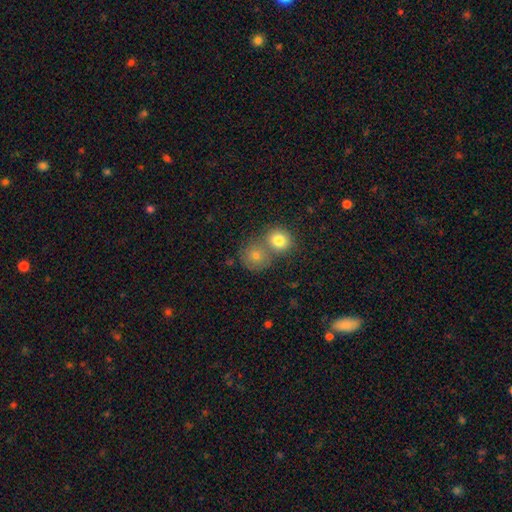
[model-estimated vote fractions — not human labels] The model was most divided on "merging": none: 45%, merger: 44%, minor disturbance: 8%, major disturbance: 3%. More confident: how rounded — round (86%); smooth or featured — smooth (78%).